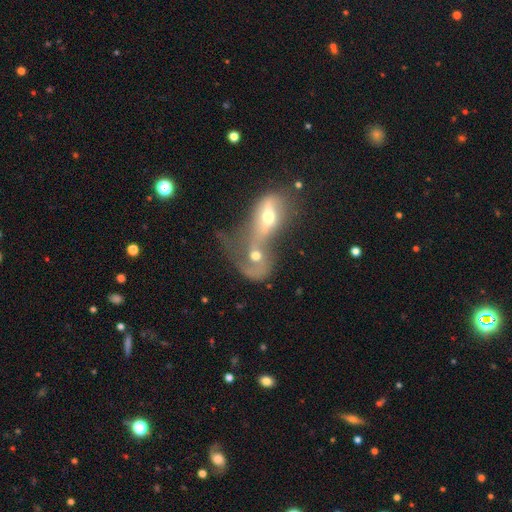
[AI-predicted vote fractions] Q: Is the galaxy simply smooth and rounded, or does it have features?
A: featured or disk — 52%.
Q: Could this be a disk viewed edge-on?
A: no — 91%.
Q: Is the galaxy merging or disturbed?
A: merger — 82%.